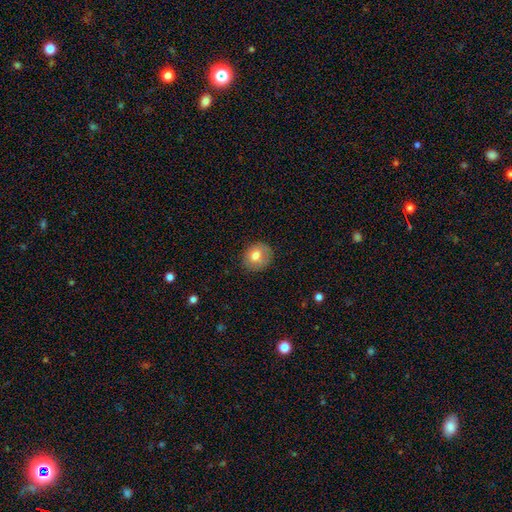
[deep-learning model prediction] Smooth or featured? smooth (76%)
How rounded? round (70%)
Merging? none (80%)